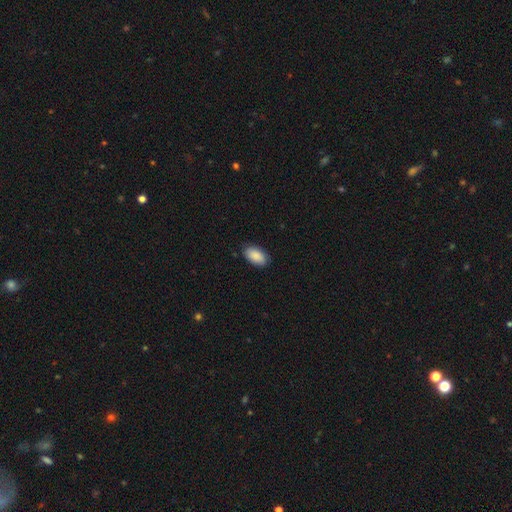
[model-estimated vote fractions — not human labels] Morphology: type=smooth (90%); roundness=in between (95%); merging=none (86%).